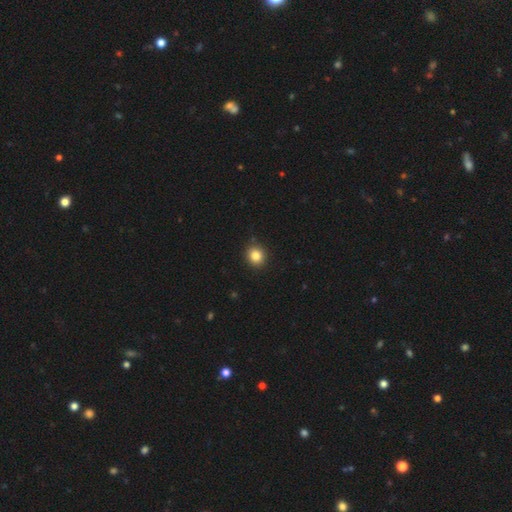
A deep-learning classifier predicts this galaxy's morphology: Overall: smooth (85%). How rounded: round (84%). Merging: none (90%).